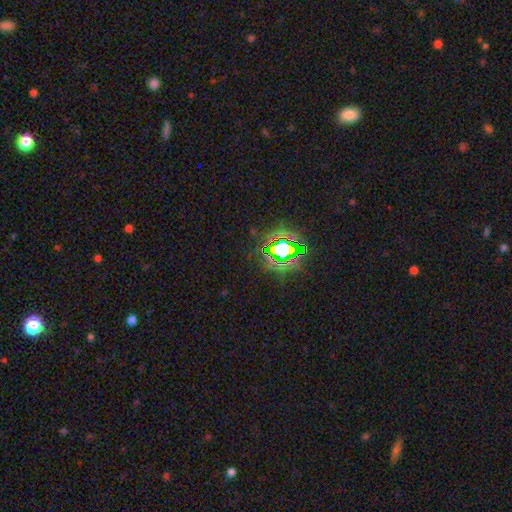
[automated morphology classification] Q: Smooth or featured?
A: star or artifact (80%); runner-up: smooth (12%)